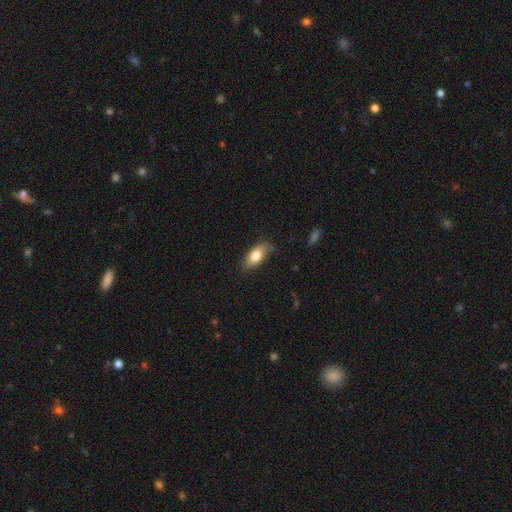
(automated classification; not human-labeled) Overall: smooth (78%). How rounded: in between (87%). Merging: none (76%).